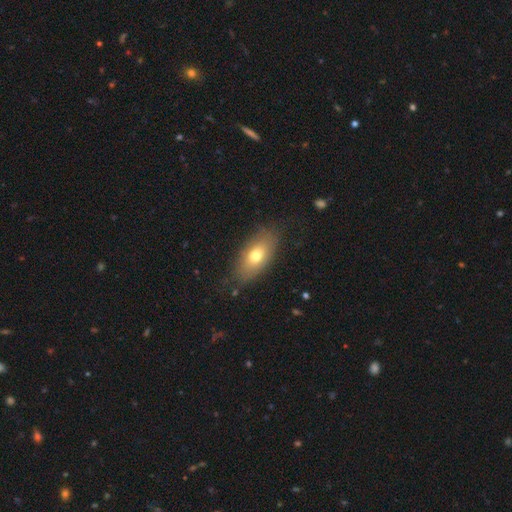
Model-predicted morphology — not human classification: smooth-or-featured: smooth: 70% | featured or disk: 22% | star or artifact: 8%
  how-rounded: in between: 87% | cigar-shaped: 7% | round: 6%
  merging: none: 80% | minor disturbance: 14% | major disturbance: 5% | merger: 1%